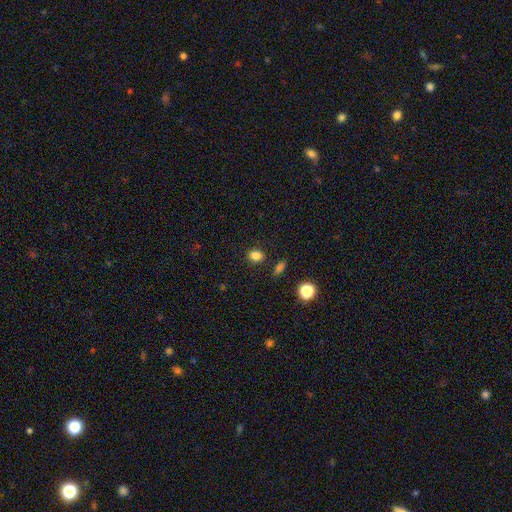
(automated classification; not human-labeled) Morphology: type=smooth (83%); roundness=round (54%); merging=none (85%).